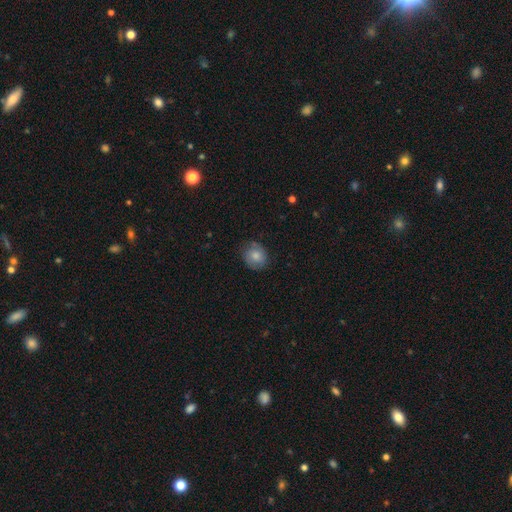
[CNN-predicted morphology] Overall: smooth (73%). How rounded: round (77%). Merging: none (77%).